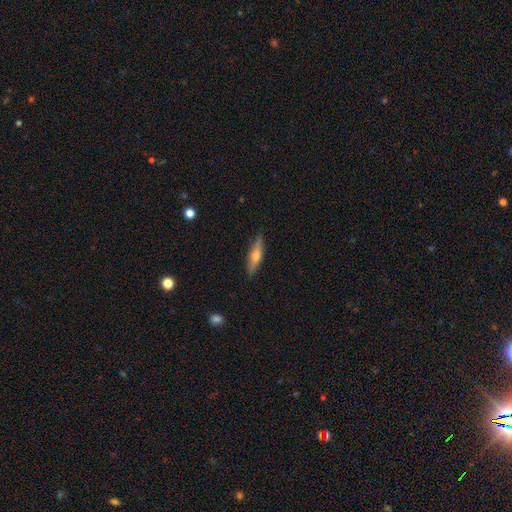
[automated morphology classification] featured or disk 49%, smooth 44%, star or artifact 6%. Down the decision tree: merging — none (88%).